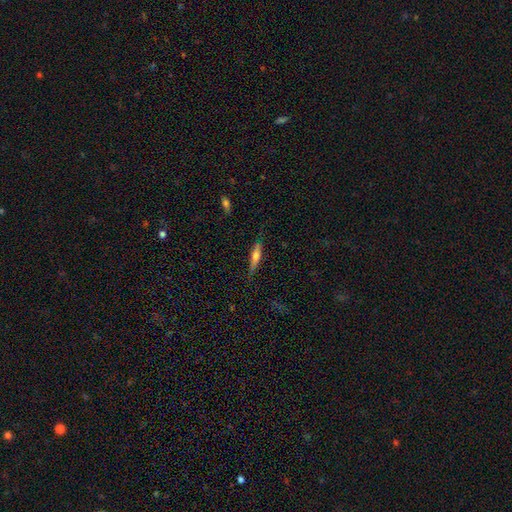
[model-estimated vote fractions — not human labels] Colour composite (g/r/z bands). It shows a smooth galaxy with no disk features (50%) that is cigar-shaped (81%). Merging: none (80%).